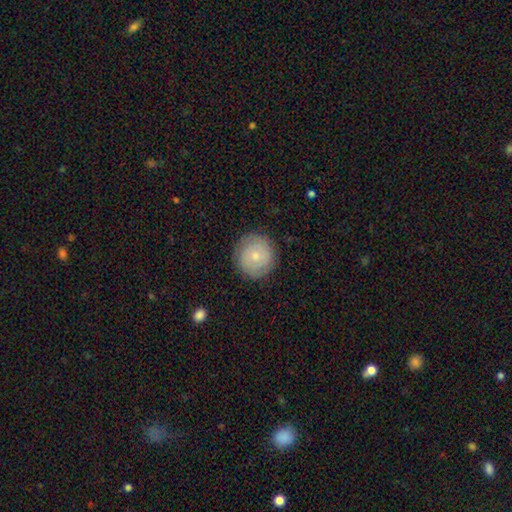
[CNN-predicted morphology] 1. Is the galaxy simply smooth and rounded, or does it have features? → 65% smooth, 27% featured or disk, 7% star or artifact.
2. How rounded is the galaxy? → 94% round, 5% in between, 1% cigar-shaped.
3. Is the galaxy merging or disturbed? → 87% none, 9% minor disturbance, 3% major disturbance, 1% merger.